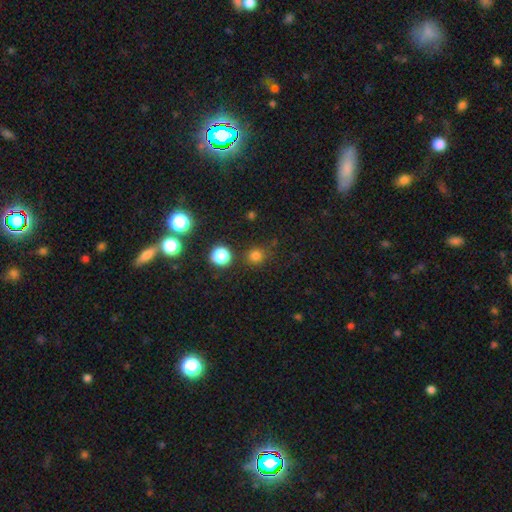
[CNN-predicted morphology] A smooth galaxy with no disk features (75%) that is round (89%). Merging: none (82%).